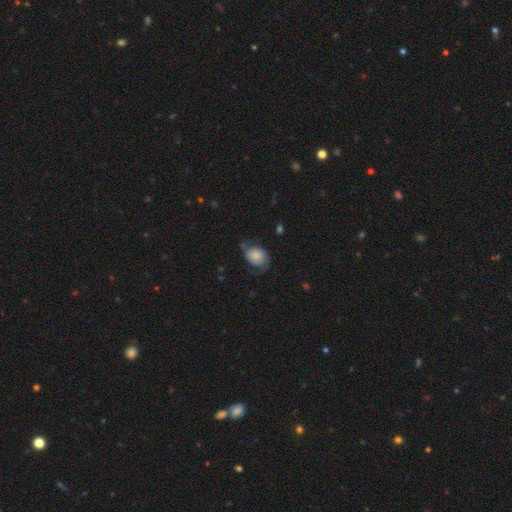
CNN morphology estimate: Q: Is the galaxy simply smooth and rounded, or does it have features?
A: featured or disk — 50%.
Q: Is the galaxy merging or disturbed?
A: none — 58%.